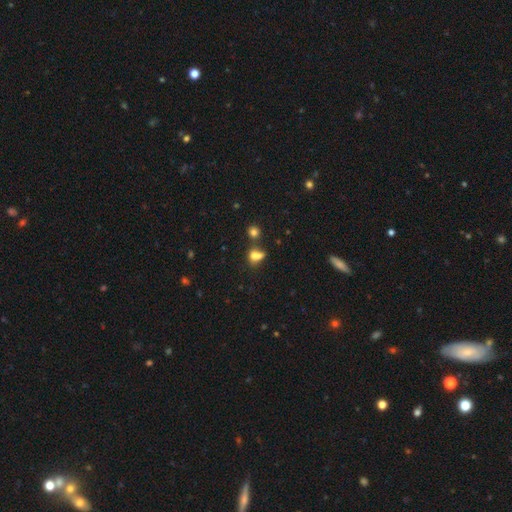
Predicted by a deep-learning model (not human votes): Q: Smooth or featured?
A: smooth (73%); runner-up: star or artifact (16%)
Q: How rounded?
A: in between (58%); runner-up: round (37%)
Q: Merging?
A: none (38%); runner-up: merger (37%)